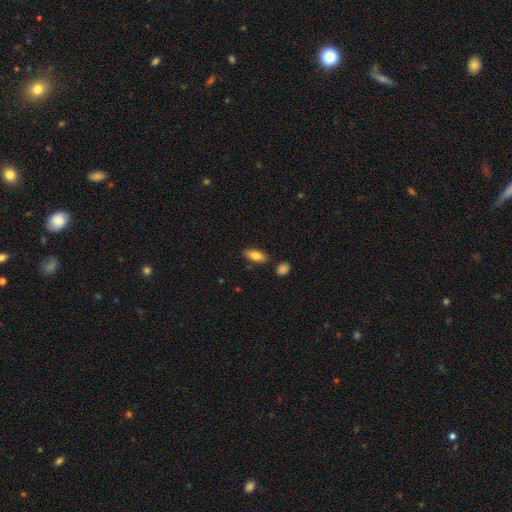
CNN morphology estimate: This is likely a smooth galaxy (80%). How rounded: clearly in between (83%). Merging: clearly none (84%).